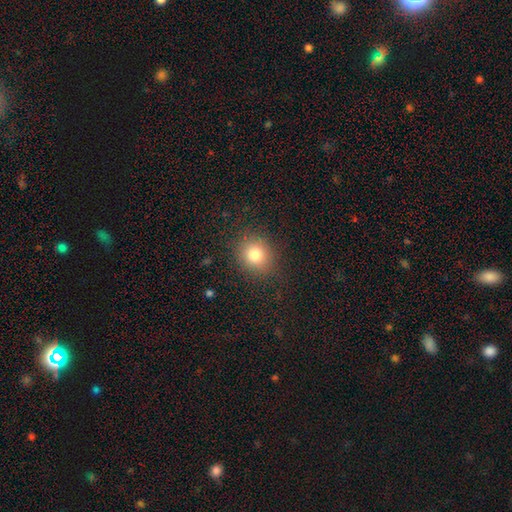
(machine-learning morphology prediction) type=smooth (75%); roundness=round (82%); merging=none (91%).